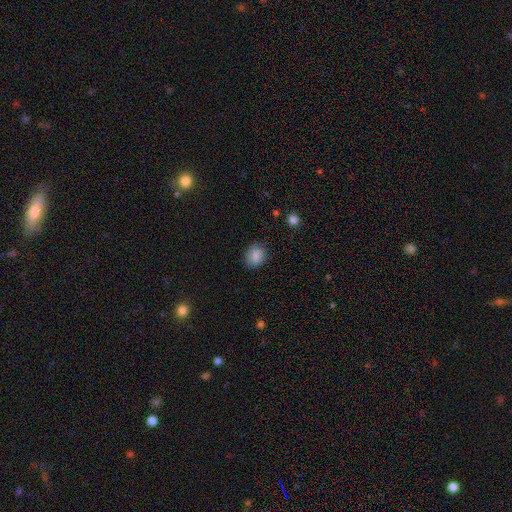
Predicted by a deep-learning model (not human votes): Smooth or featured? Predicted: smooth (p=0.87). How rounded? Predicted: round (p=0.55). Merging? Predicted: none (p=0.83).